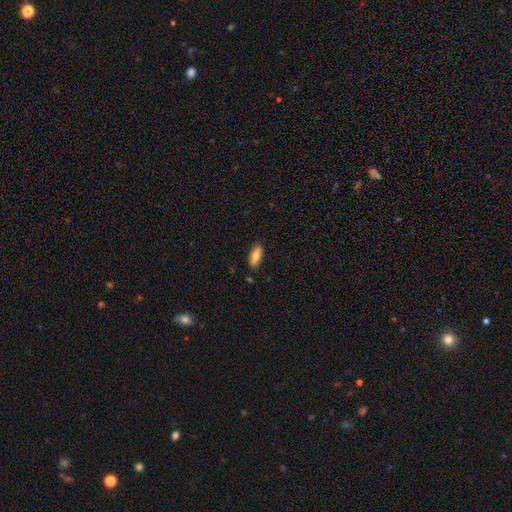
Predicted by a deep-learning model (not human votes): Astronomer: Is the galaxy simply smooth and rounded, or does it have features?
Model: smooth — 76%.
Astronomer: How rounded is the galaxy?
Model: in between — 77%.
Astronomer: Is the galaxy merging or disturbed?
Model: none — 87%.